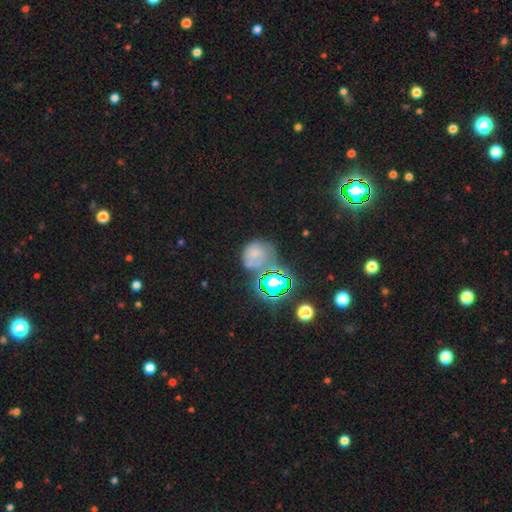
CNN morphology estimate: The model was most divided on "smooth or featured": smooth: 46%, star or artifact: 31%, featured or disk: 23%. Remaining: merging — none (41%).